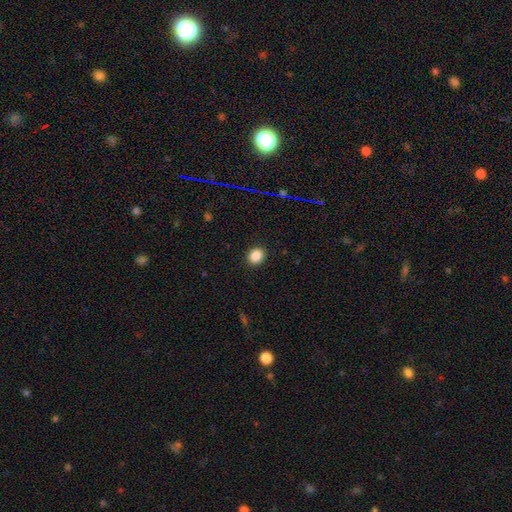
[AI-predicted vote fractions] This is clearly a smooth galaxy (87%). How rounded: likely round (61%). Merging: clearly none (91%).